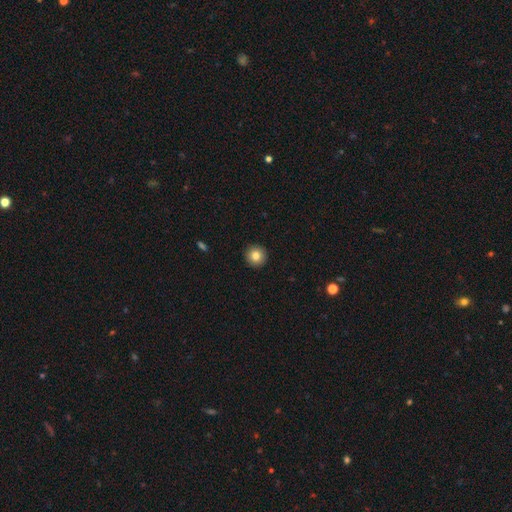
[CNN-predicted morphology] Smooth or featured?
  - smooth: 83% *
  - star or artifact: 9%
  - featured or disk: 8%
How rounded?
  - round: 95% *
  - in between: 4%
  - cigar-shaped: 1%
Merging?
  - none: 93% *
  - minor disturbance: 4%
  - major disturbance: 1%
  - merger: 1%